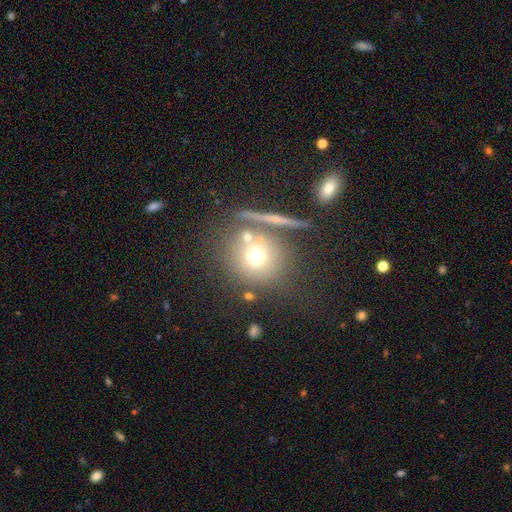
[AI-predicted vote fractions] Q: Smooth or featured?
A: smooth (66%); runner-up: featured or disk (19%)
Q: How rounded?
A: round (91%); runner-up: in between (7%)
Q: Merging?
A: none (71%); runner-up: merger (14%)